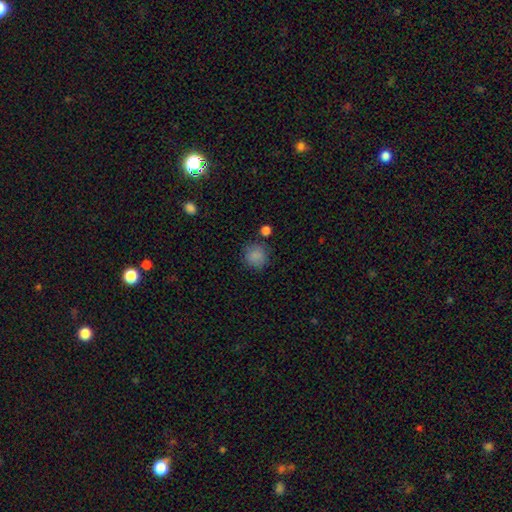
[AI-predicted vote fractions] This appears to be a smooth galaxy with no disk features (86%) that is round (89%). Merging: none (79%).